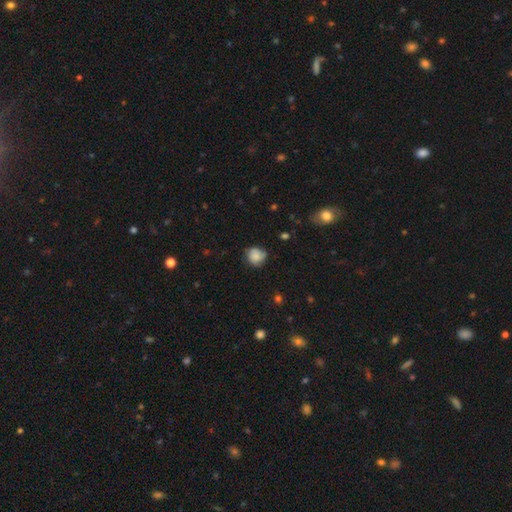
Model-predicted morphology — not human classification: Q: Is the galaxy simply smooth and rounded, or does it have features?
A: smooth — 78%.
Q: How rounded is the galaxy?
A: round — 85%.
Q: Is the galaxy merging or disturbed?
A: none — 68%.